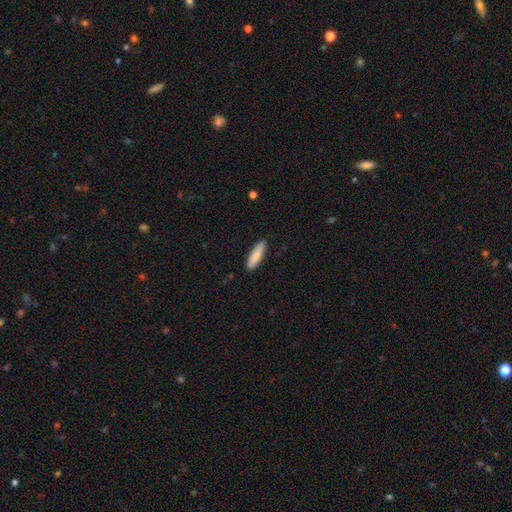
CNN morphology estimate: Overall: smooth (83%). How rounded: cigar-shaped (60%; in between 39%). Merging: none (89%).